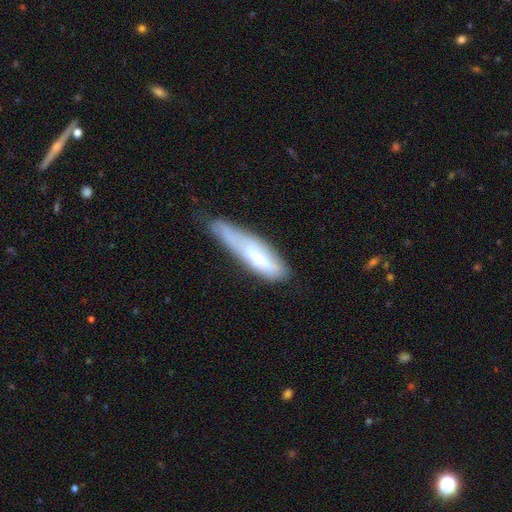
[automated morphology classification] Smooth or featured: smooth — 61% (featured or disk — 31%)
How rounded: cigar-shaped — 70% (in between — 29%)
Merging: minor disturbance — 39% (none — 35%)